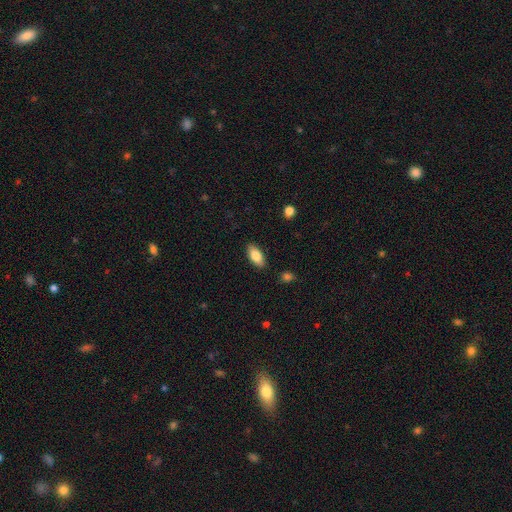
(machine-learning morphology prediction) Q: Smooth or featured?
A: smooth (81%); runner-up: featured or disk (13%)
Q: How rounded?
A: in between (88%); runner-up: cigar-shaped (9%)
Q: Merging?
A: none (88%); runner-up: minor disturbance (9%)